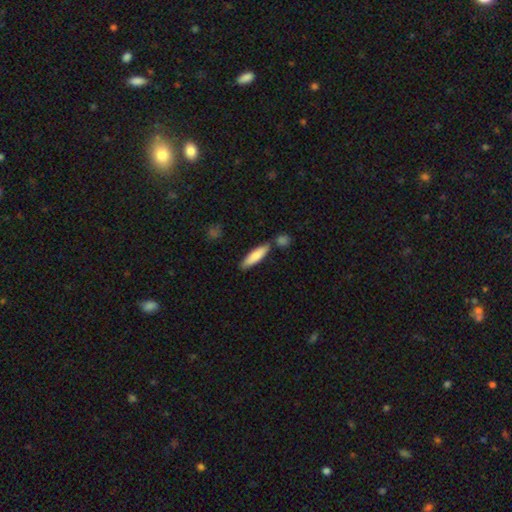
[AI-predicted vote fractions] Smooth or featured? smooth (80%)
How rounded? cigar-shaped (69%)
Merging? none (76%)